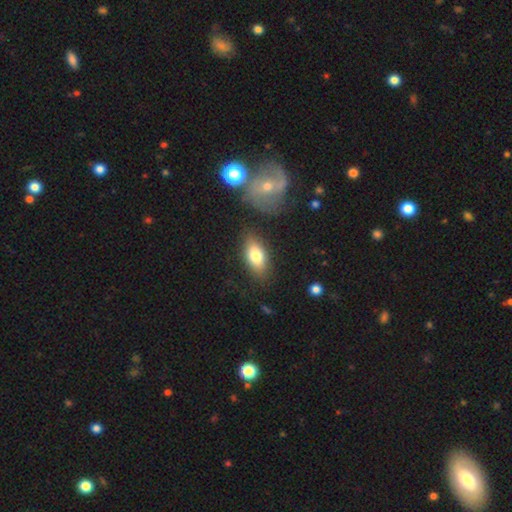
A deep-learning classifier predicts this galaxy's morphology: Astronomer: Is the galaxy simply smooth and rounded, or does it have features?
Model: smooth — 76%.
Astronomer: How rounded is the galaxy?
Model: in between — 86%.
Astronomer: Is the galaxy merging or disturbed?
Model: none — 81%.